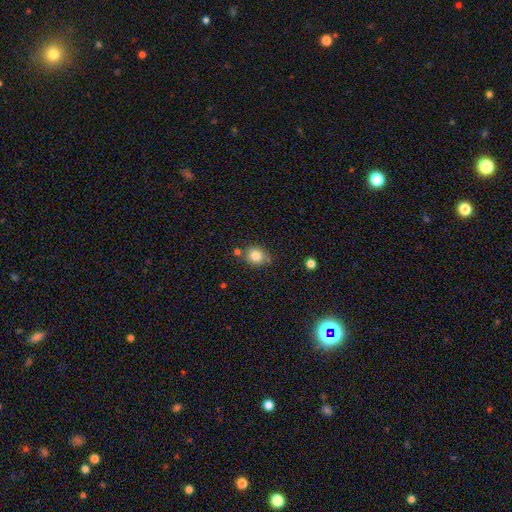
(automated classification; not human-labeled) smooth-or-featured: smooth: 82% | star or artifact: 10% | featured or disk: 8%
  how-rounded: round: 66% | in between: 33% | cigar-shaped: 1%
  merging: none: 70% | minor disturbance: 17% | merger: 9% | major disturbance: 4%